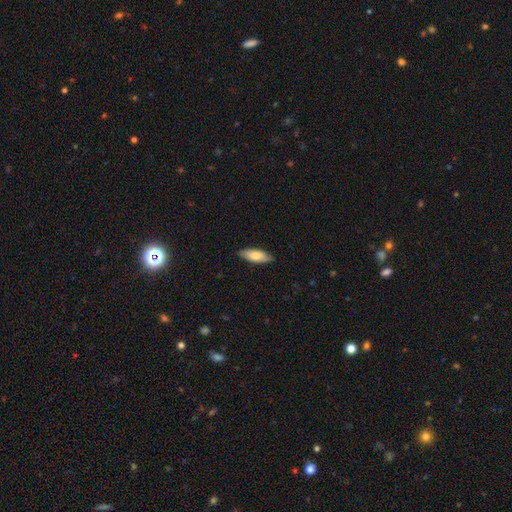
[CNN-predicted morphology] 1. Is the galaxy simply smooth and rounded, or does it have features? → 78% smooth, 17% featured or disk, 6% star or artifact.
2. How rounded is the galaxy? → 70% in between, 28% cigar-shaped, 2% round.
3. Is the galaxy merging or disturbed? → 85% none, 12% minor disturbance, 2% major disturbance, 1% merger.